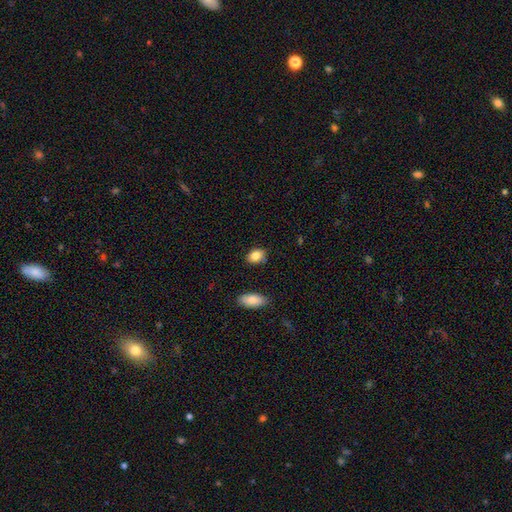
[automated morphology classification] Smooth or featured: smooth — 85% (star or artifact — 8%)
How rounded: in between — 70% (round — 28%)
Merging: none — 81% (minor disturbance — 14%)